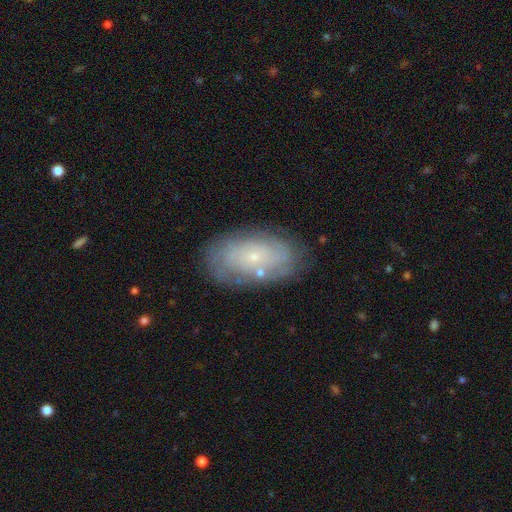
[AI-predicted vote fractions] smooth-or-featured: featured or disk: 54% | smooth: 36% | star or artifact: 10%
  disk-edge-on: no: 92% | yes: 8%
  merging: none: 78% | minor disturbance: 15% | major disturbance: 4% | merger: 3%